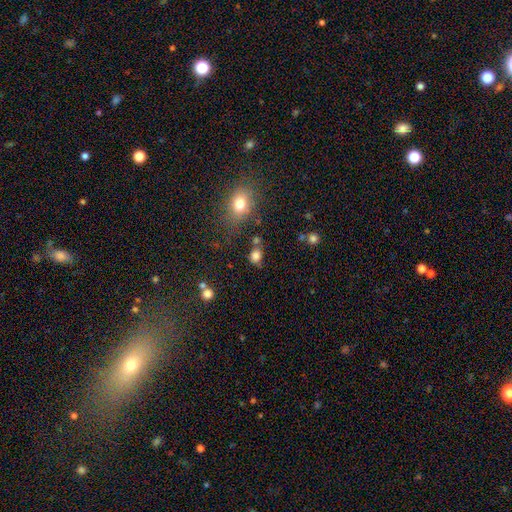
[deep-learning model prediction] Overall: smooth (81%). How rounded: in between (50%; round 49%). Merging: none (65%).